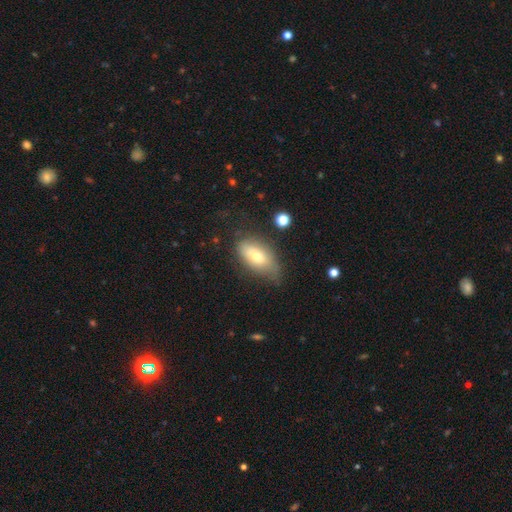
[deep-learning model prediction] Smooth or featured? smooth (66%)
How rounded? in between (88%)
Merging? none (52%)